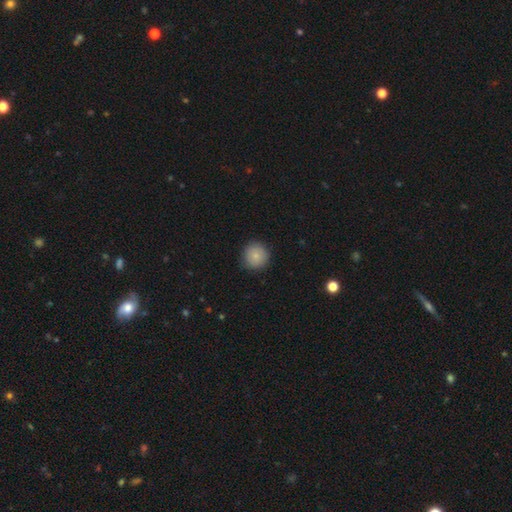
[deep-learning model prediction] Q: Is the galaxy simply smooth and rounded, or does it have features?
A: smooth — 80%.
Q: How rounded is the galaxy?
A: round — 94%.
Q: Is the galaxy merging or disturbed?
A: none — 88%.